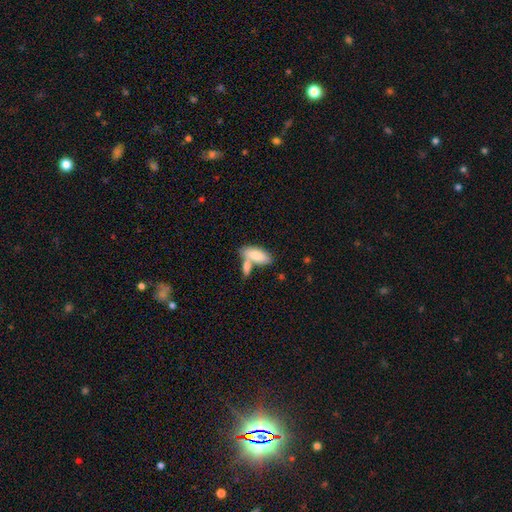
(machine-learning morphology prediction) A smooth galaxy with no disk features (79%) that is in between round and cigar-shaped (83%). Merging: none (43%).